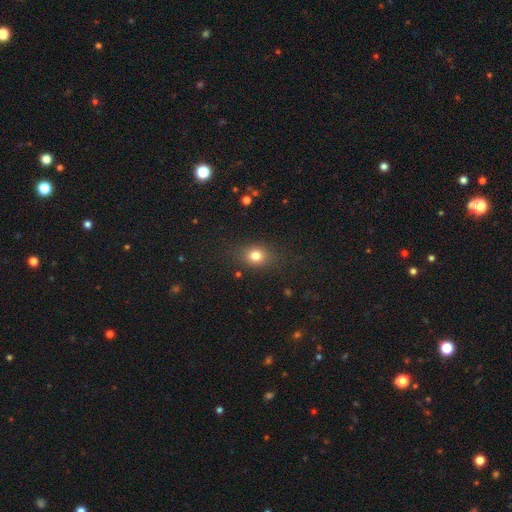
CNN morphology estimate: smooth_or_featured: smooth (p=0.79) [alt: star or artifact p=0.13]
how_rounded: round (p=0.55) [alt: in between p=0.44]
merging: none (p=0.81) [alt: minor disturbance p=0.12]